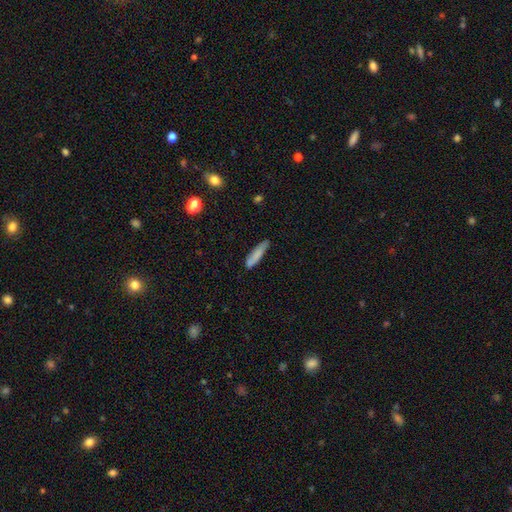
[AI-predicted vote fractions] This is likely a smooth galaxy (79%). How rounded: clearly cigar-shaped (85%). Merging: likely none (76%).